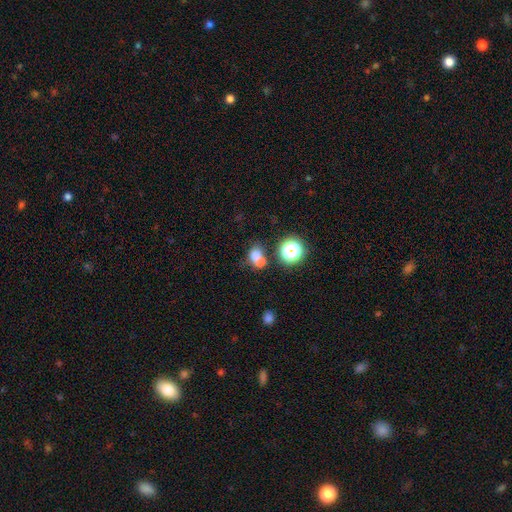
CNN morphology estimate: Overall: smooth (67%). How rounded: round (69%; in between 30%). Merging: merger (53%; none 35%).